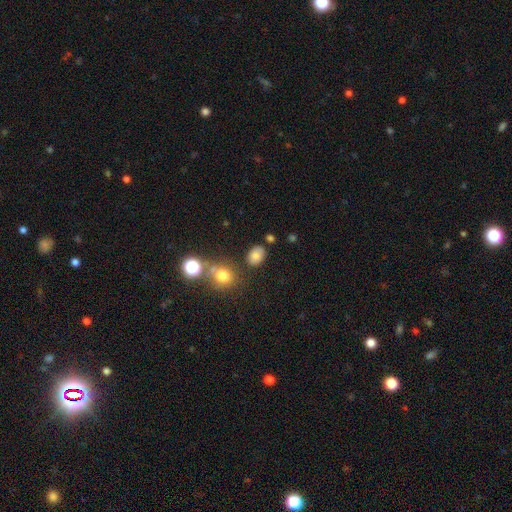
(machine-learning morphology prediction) A smooth galaxy with no disk features (78%) that is in between round and cigar-shaped (66%).

Vote fractions:
- Smooth or featured? smooth: 78% / star or artifact: 14% / featured or disk: 8%
- How rounded? in between: 66% / round: 33% / cigar-shaped: 1%
- Merging? none: 76% / minor disturbance: 13% / merger: 7% / major disturbance: 4%